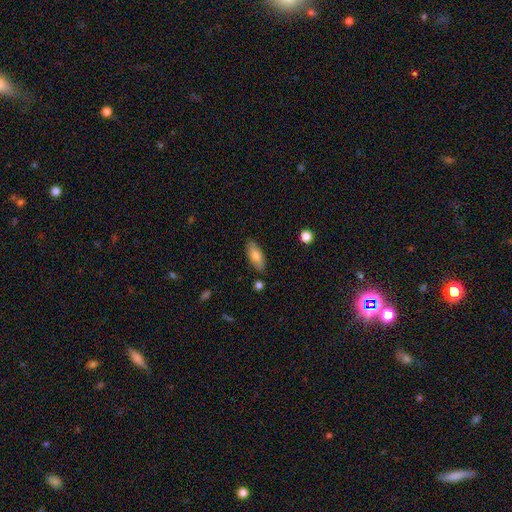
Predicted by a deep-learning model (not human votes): smooth 76%, featured or disk 18%, star or artifact 6%. Down the decision tree: how rounded — in between (83%); merging — none (84%).